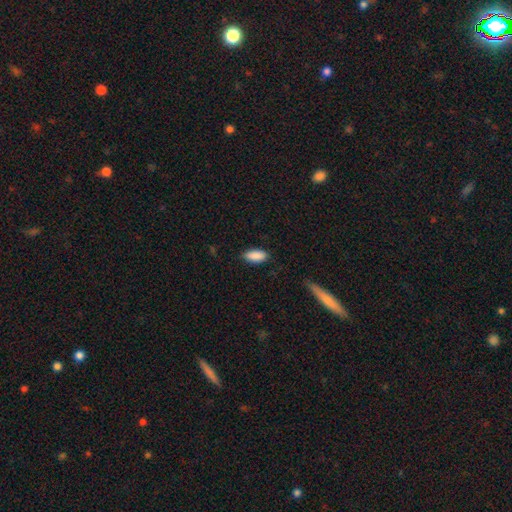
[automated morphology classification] A smooth galaxy with no disk features (90%) that is in between round and cigar-shaped (90%). Merging: none (84%).